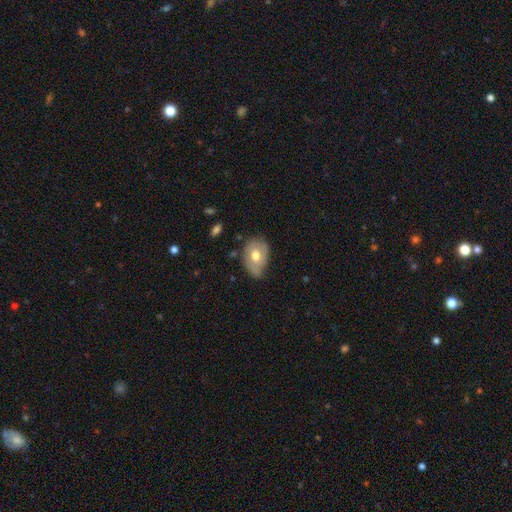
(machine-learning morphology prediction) smooth-or-featured: smooth: 61% | featured or disk: 32% | star or artifact: 7%
  how-rounded: in between: 76% | round: 23% | cigar-shaped: 1%
  merging: none: 52% | minor disturbance: 37% | major disturbance: 9% | merger: 3%